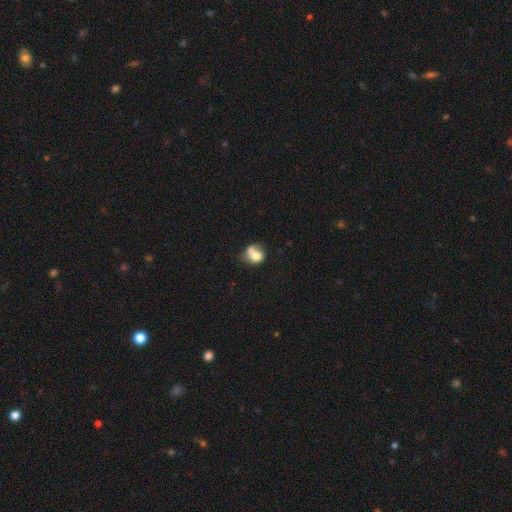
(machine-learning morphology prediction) Q: Smooth or featured?
A: smooth (71%); runner-up: featured or disk (20%)
Q: How rounded?
A: round (66%); runner-up: in between (33%)
Q: Merging?
A: merger (54%); runner-up: none (28%)